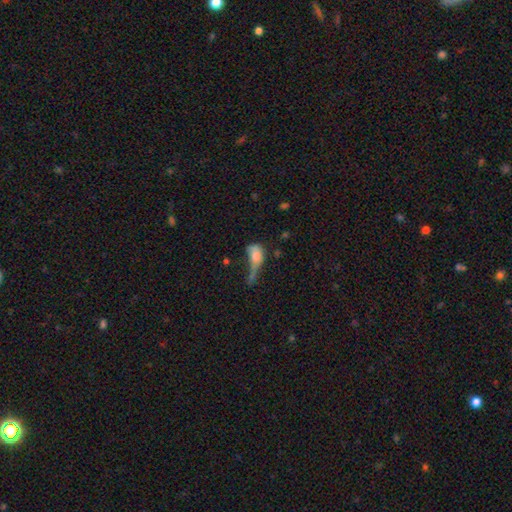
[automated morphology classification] This appears to be a smooth galaxy with no disk features (61%) that is in between round and cigar-shaped (68%). Merging: major disturbance (46%).